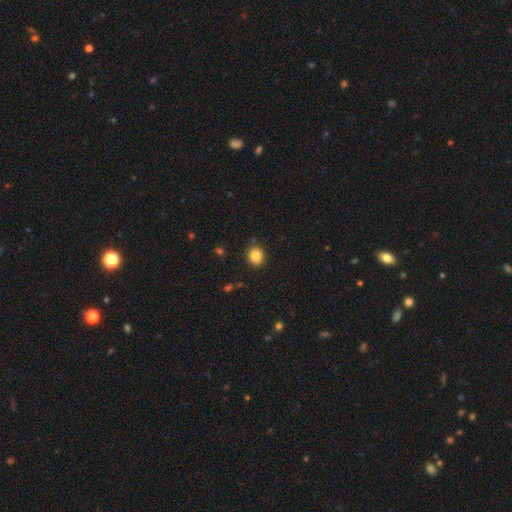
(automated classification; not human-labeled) Smooth or featured?
  - smooth: 86% *
  - star or artifact: 10%
  - featured or disk: 5%
How rounded?
  - round: 64% *
  - in between: 35%
  - cigar-shaped: 1%
Merging?
  - none: 86% *
  - minor disturbance: 10%
  - major disturbance: 3%
  - merger: 2%